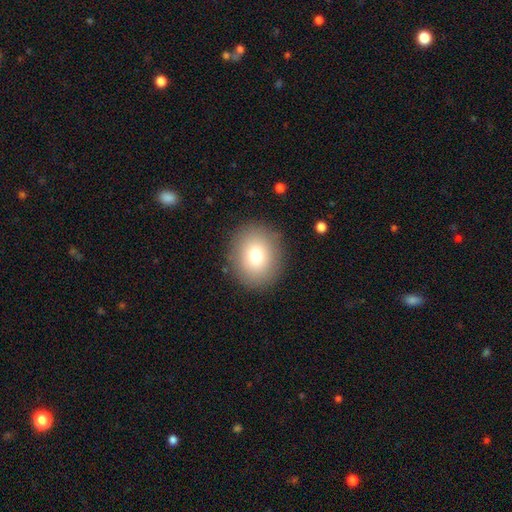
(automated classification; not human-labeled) Q: Smooth or featured?
A: smooth (76%); runner-up: featured or disk (13%)
Q: How rounded?
A: round (71%); runner-up: in between (28%)
Q: Merging?
A: none (88%); runner-up: minor disturbance (8%)